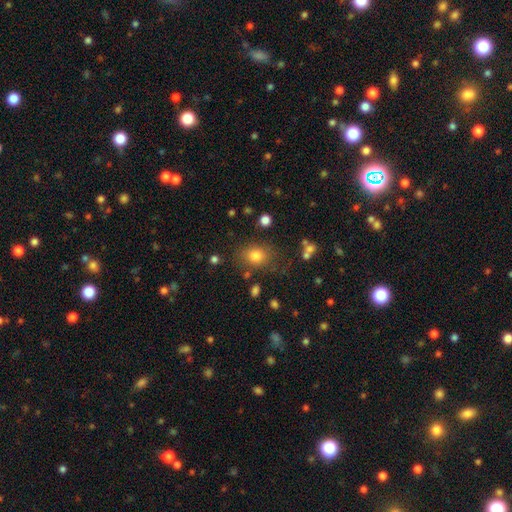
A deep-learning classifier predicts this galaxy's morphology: A smooth galaxy with no disk features (79%) that is round (50%).

Vote fractions:
- Smooth or featured? smooth: 79% / star or artifact: 13% / featured or disk: 8%
- How rounded? round: 50% / in between: 49% / cigar-shaped: 1%
- Merging? none: 77% / minor disturbance: 14% / major disturbance: 5% / merger: 4%